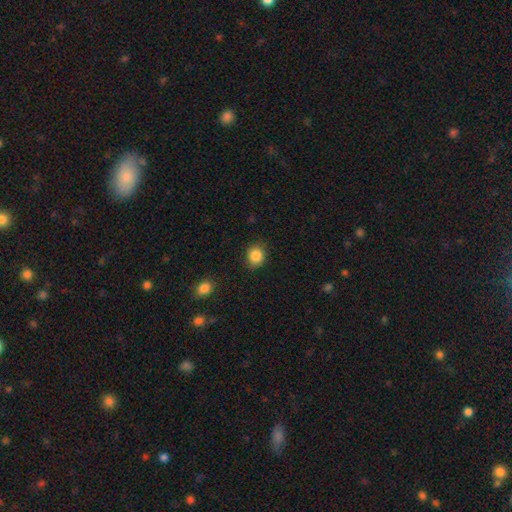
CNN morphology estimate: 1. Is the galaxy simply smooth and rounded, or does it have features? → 86% smooth, 10% star or artifact, 4% featured or disk.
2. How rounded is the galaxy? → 77% round, 22% in between, 1% cigar-shaped.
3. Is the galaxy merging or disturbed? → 84% none, 12% minor disturbance, 3% major disturbance, 1% merger.